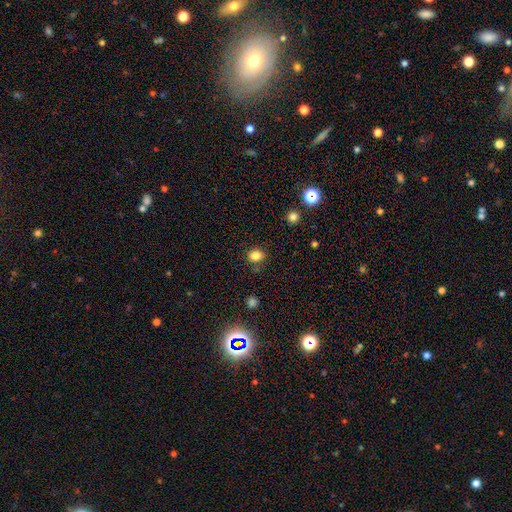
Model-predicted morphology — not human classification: smooth-or-featured: smooth: 82% | star or artifact: 13% | featured or disk: 5%
  how-rounded: round: 54% | in between: 45% | cigar-shaped: 1%
  merging: none: 81% | minor disturbance: 12% | major disturbance: 4% | merger: 3%